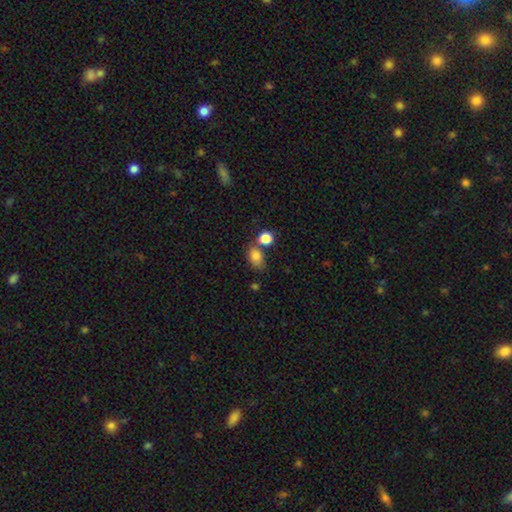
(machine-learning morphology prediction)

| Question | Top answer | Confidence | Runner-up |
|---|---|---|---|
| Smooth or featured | smooth | 81% | star or artifact (11%) |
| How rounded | in between | 76% | round (23%) |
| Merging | none | 52% | merger (21%) |